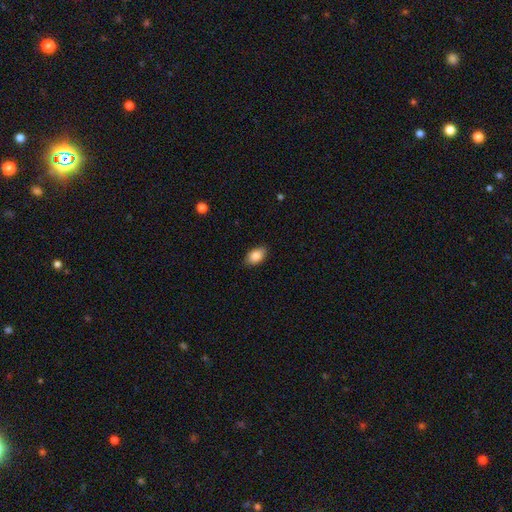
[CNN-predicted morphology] smooth-or-featured: smooth: 87% | star or artifact: 7% | featured or disk: 6%
  how-rounded: in between: 91% | round: 8% | cigar-shaped: 2%
  merging: none: 87% | minor disturbance: 10% | major disturbance: 2% | merger: 1%